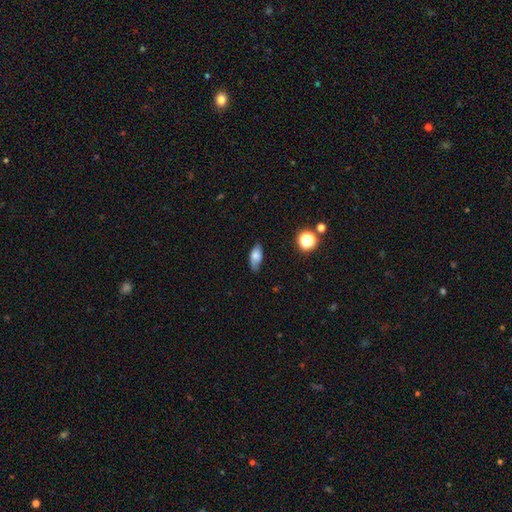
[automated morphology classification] This appears to be a smooth galaxy with no disk features (74%) that is in between round and cigar-shaped (84%). Merging: none (68%).